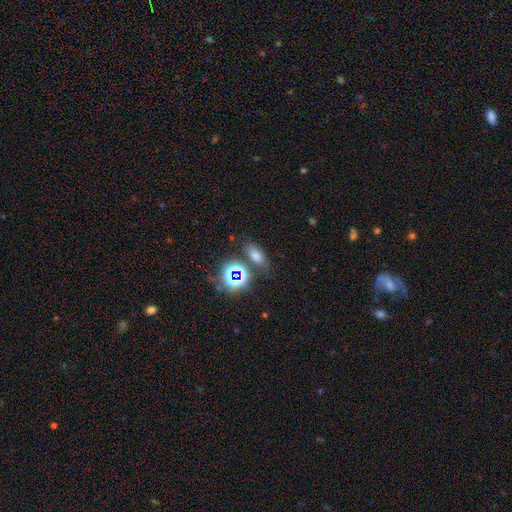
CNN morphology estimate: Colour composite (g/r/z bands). It shows a smooth galaxy with no disk features (61%) that is in between round and cigar-shaped (75%). Merging: none (76%).